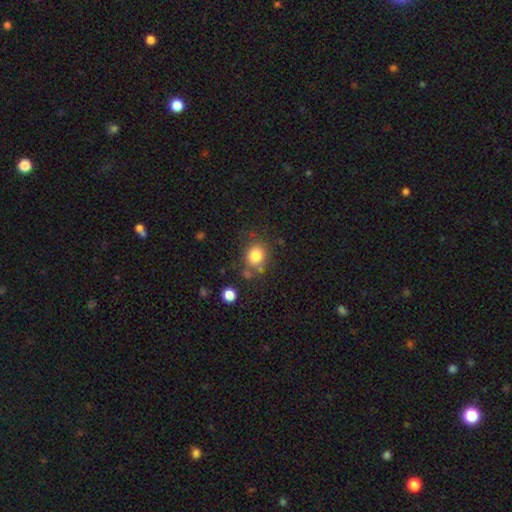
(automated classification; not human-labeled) Q: Smooth or featured?
A: smooth (82%); runner-up: star or artifact (11%)
Q: How rounded?
A: round (79%); runner-up: in between (20%)
Q: Merging?
A: none (73%); runner-up: minor disturbance (13%)